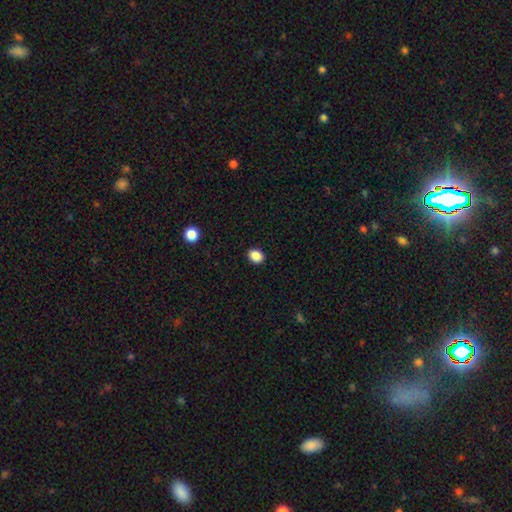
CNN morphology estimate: A smooth galaxy with no disk features (88%) that is in between round and cigar-shaped (54%). Merging: none (91%).